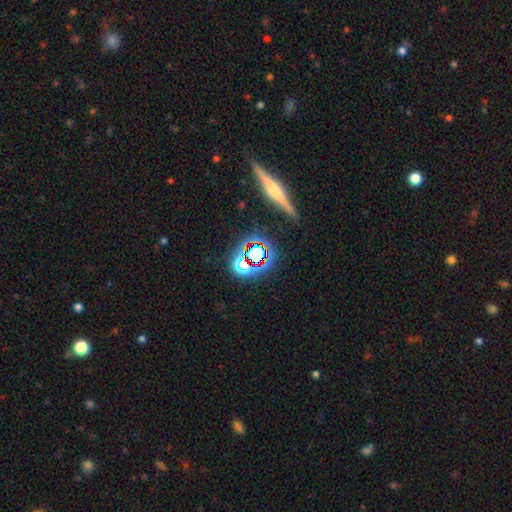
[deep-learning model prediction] This appears to be a star or artifact, not a galaxy (59%).